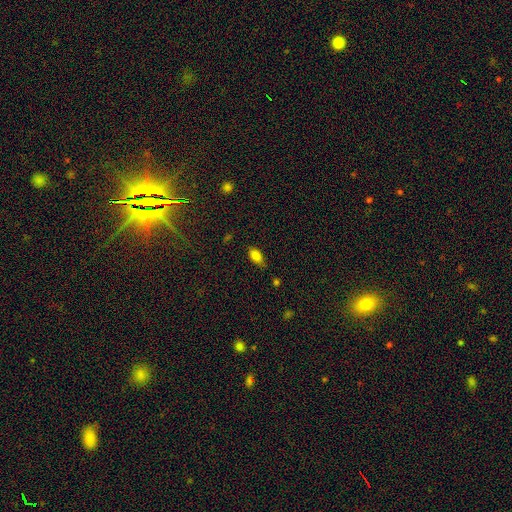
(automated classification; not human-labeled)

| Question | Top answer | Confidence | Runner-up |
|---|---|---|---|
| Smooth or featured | smooth | 81% | star or artifact (10%) |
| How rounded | in between | 87% | round (7%) |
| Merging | none | 73% | minor disturbance (21%) |